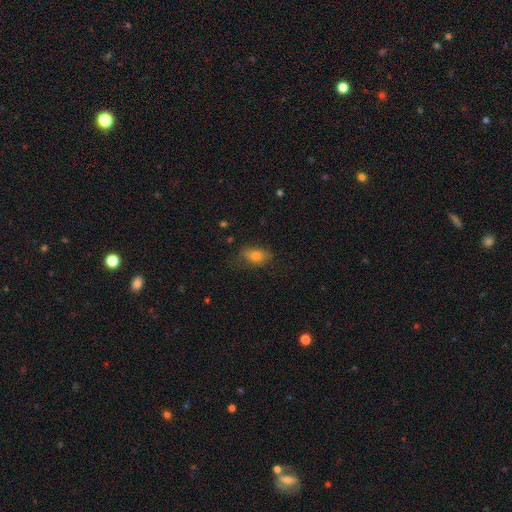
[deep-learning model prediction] smooth-or-featured: smooth: 74% | featured or disk: 14% | star or artifact: 12%
  how-rounded: in between: 81% | round: 12% | cigar-shaped: 6%
  merging: none: 63% | minor disturbance: 25% | major disturbance: 10% | merger: 2%